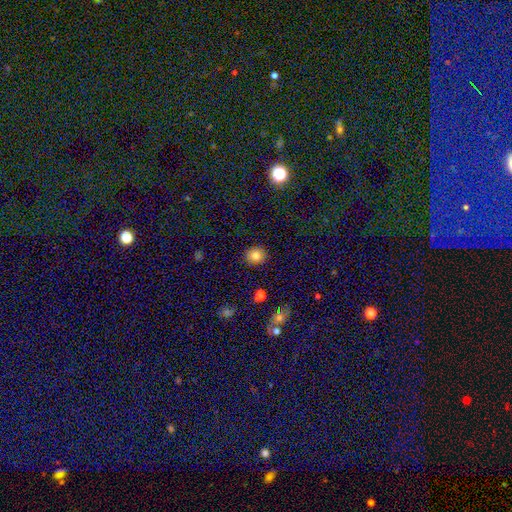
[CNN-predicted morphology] smooth-or-featured: smooth: 80% | star or artifact: 12% | featured or disk: 8%
  how-rounded: round: 79% | in between: 20% | cigar-shaped: 1%
  merging: none: 90% | minor disturbance: 7% | major disturbance: 2% | merger: 1%